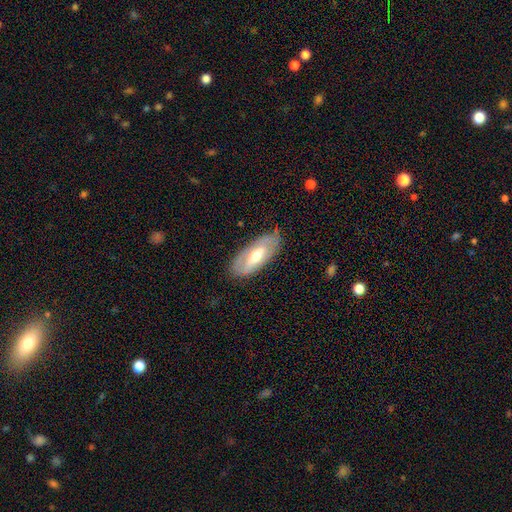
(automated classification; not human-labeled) The model was most divided on "smooth or featured": featured or disk: 54%, smooth: 41%, star or artifact: 6%. More confident: edge-on disk — no (81%); merging — none (79%).